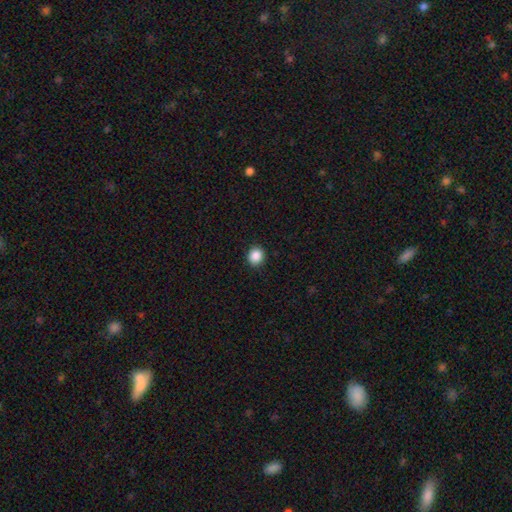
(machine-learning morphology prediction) Smooth or featured? Predicted: smooth (p=0.88). How rounded? Predicted: round (p=0.81). Merging? Predicted: none (p=0.92).